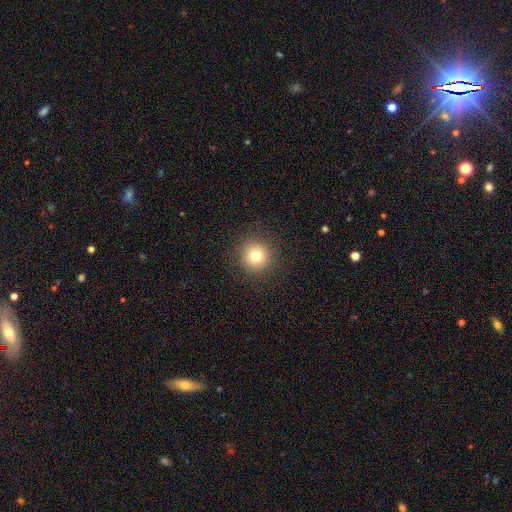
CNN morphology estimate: Smooth or featured? smooth (77%)
How rounded? round (95%)
Merging? none (91%)